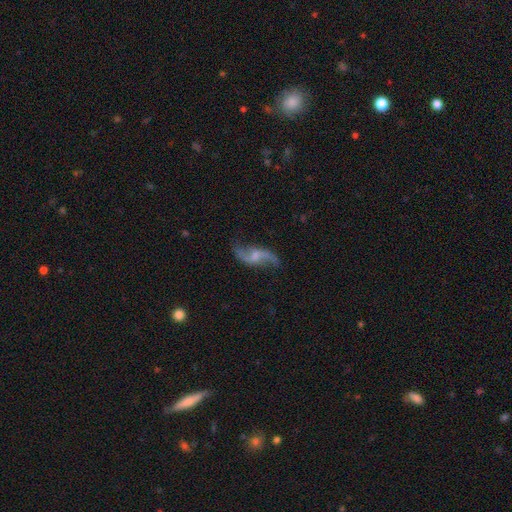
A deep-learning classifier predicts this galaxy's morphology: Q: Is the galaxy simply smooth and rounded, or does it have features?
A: featured or disk — 87%.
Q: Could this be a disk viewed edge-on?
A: no — 95%.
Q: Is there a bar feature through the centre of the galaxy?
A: weak — 44%.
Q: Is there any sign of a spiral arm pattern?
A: yes — 95%.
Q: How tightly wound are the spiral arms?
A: loose — 90%.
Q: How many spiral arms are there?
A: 2 — 94%.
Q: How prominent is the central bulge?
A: small — 39%.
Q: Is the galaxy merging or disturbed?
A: none — 78%.